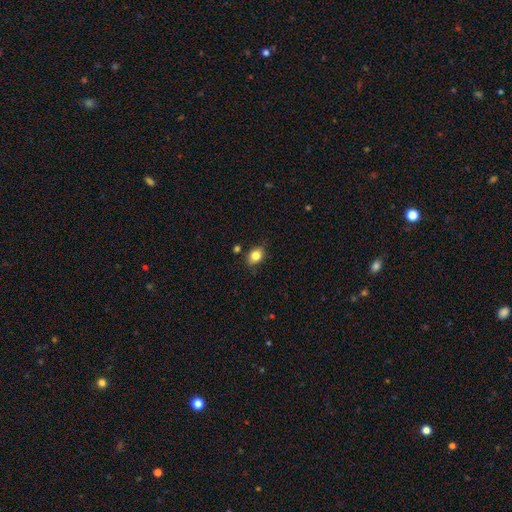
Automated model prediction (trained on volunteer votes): The model was most divided on "how rounded": in between: 61%, round: 38%, cigar-shaped: 1%. More confident: smooth or featured — smooth (82%); merging — none (79%).